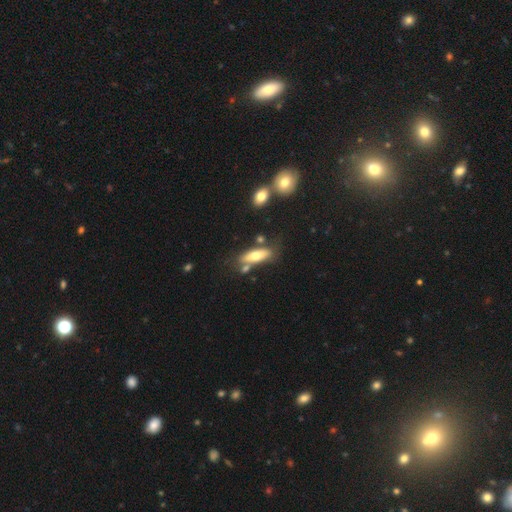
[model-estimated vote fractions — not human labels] This appears to be a smooth galaxy with no disk features (62%) that is in between round and cigar-shaped (56%). Merging: none (64%).